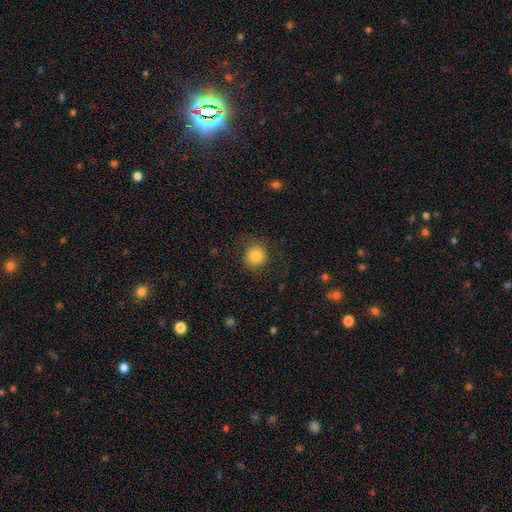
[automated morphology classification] Smooth or featured: smooth — 83% (featured or disk — 8%)
How rounded: round — 87% (in between — 12%)
Merging: none — 77% (minor disturbance — 14%)